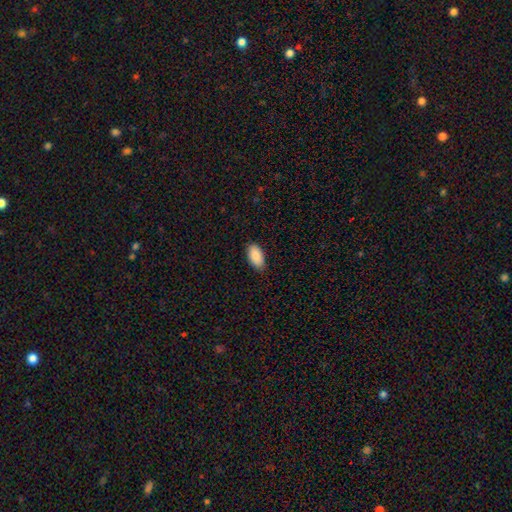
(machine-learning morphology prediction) This is clearly a smooth galaxy (89%). How rounded: clearly in between (95%). Merging: clearly none (86%).